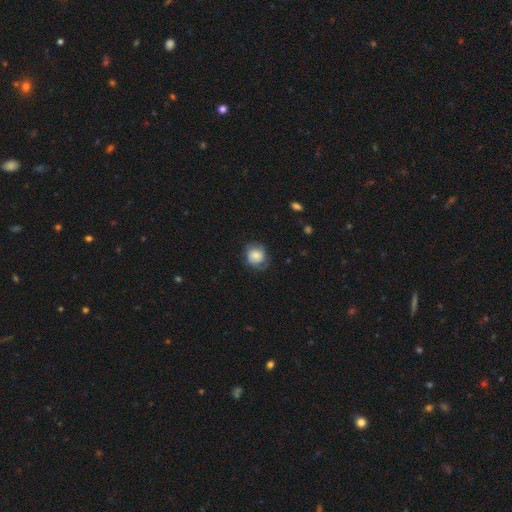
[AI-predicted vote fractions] A smooth galaxy with no disk features (67%) that is round (78%).

Vote fractions:
- Smooth or featured? smooth: 67% / featured or disk: 25% / star or artifact: 8%
- How rounded? round: 78% / in between: 21% / cigar-shaped: 1%
- Merging? none: 65% / minor disturbance: 24% / major disturbance: 10% / merger: 1%